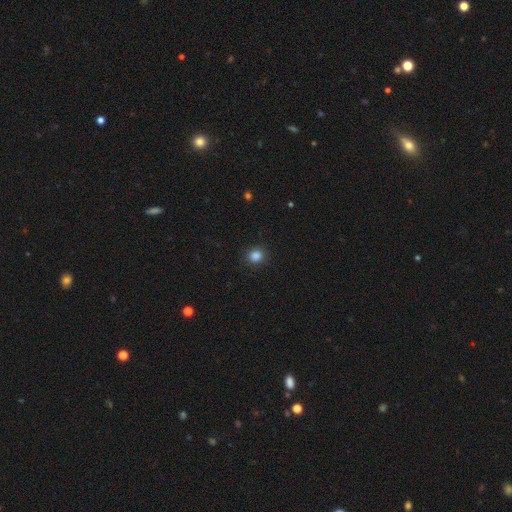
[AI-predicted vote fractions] Morphology: type=smooth (85%); roundness=round (83%); merging=none (90%).